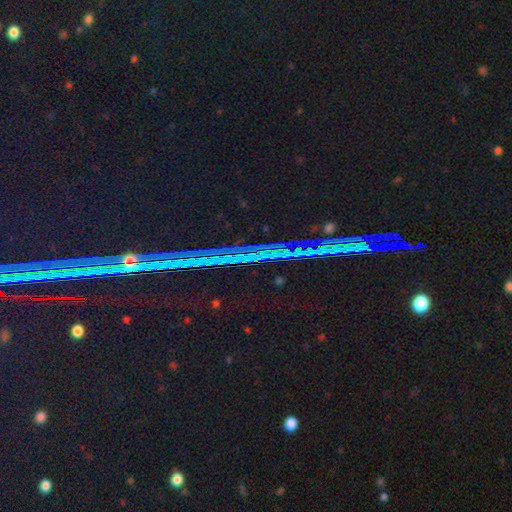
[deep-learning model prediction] A star or artifact, not a galaxy (86%).